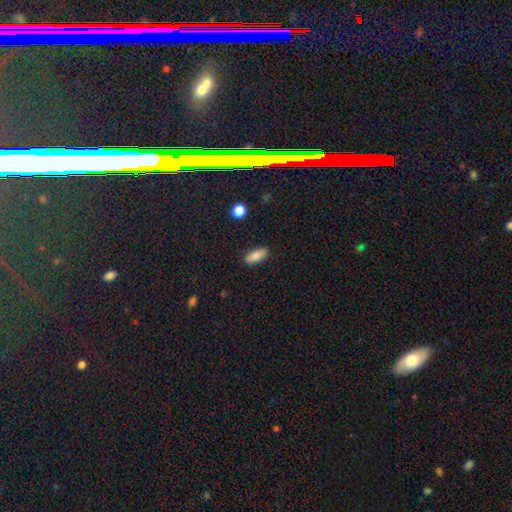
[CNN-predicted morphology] A smooth galaxy with no disk features (84%) that is in between round and cigar-shaped (77%). Merging: none (88%).